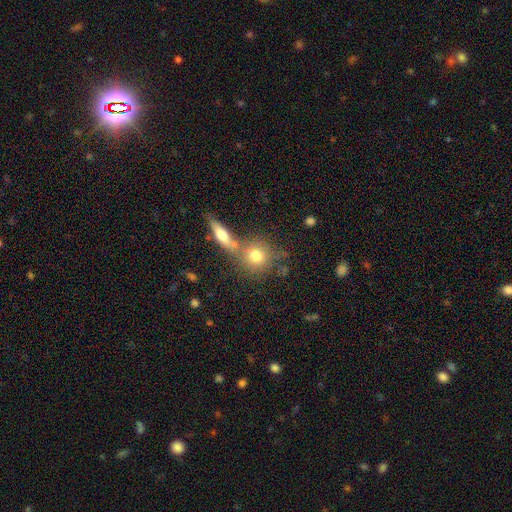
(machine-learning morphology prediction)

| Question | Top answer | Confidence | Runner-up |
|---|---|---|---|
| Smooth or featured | smooth | 72% | featured or disk (18%) |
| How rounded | round | 78% | in between (18%) |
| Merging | none | 51% | merger (35%) |